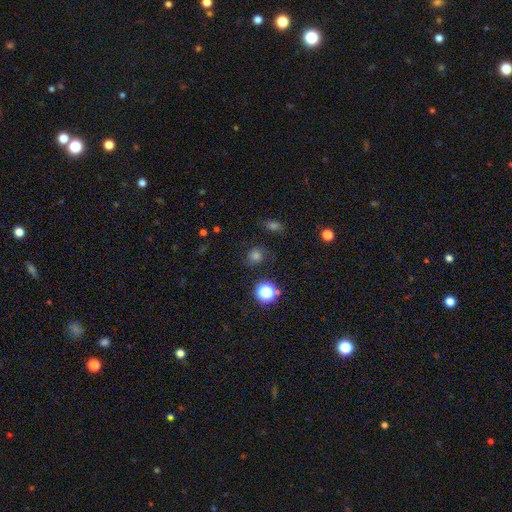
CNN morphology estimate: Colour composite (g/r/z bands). It shows a smooth galaxy with no disk features (66%) that is round (78%). Merging: none (74%).